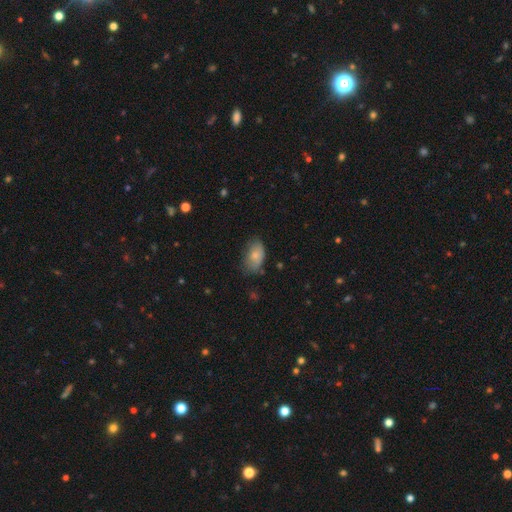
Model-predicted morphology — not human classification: type=smooth (77%); roundness=in between (91%); merging=none (62%).